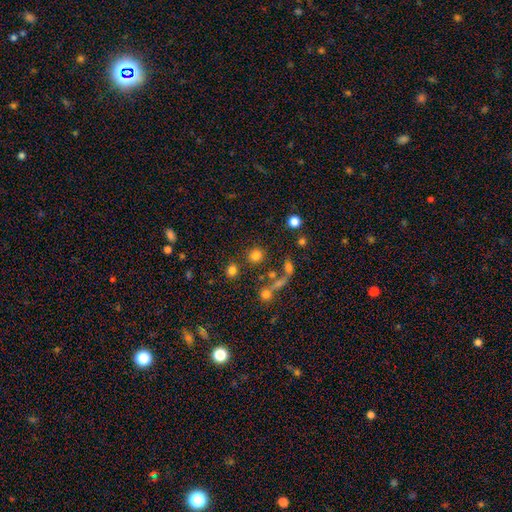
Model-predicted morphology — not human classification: This is likely a smooth galaxy (77%). How rounded: clearly round (88%). Merging: likely none (75%).